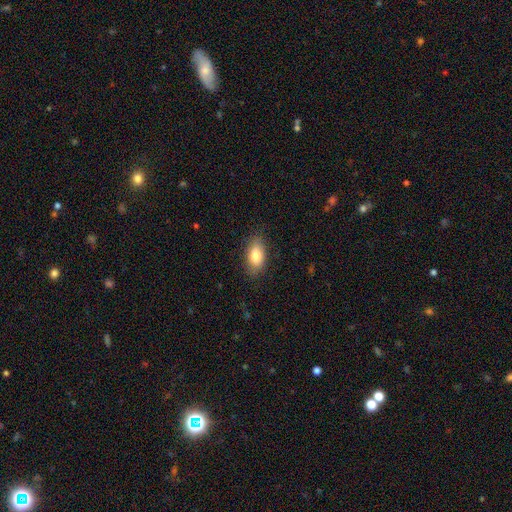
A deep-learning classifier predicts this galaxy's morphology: smooth-or-featured: smooth: 81% | featured or disk: 12% | star or artifact: 7%
  how-rounded: in between: 89% | round: 6% | cigar-shaped: 5%
  merging: none: 84% | minor disturbance: 12% | major disturbance: 3% | merger: 1%